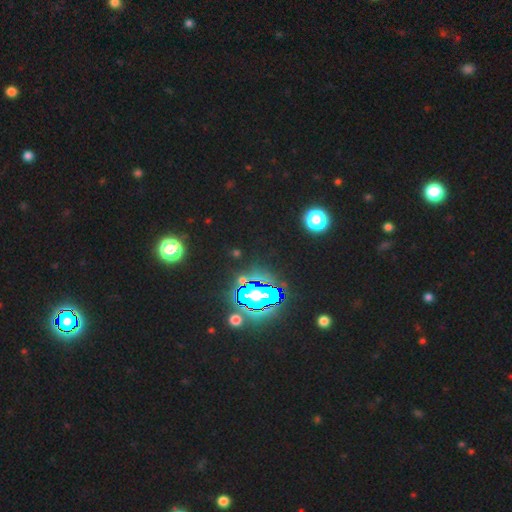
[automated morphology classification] smooth-or-featured: star or artifact: 77% | smooth: 14% | featured or disk: 9%